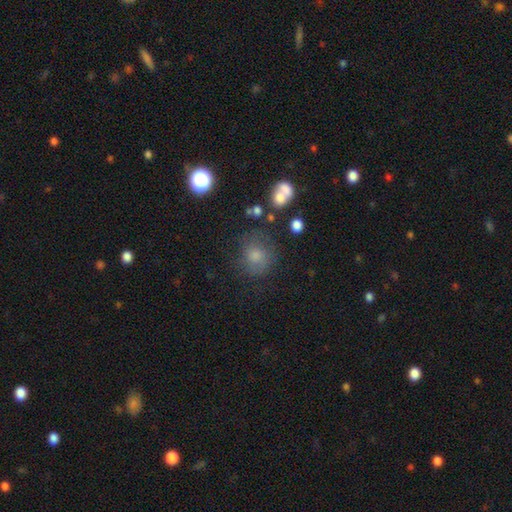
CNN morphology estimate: Smooth or featured: smooth — 61% (star or artifact — 23%)
How rounded: round — 82% (in between — 17%)
Merging: none — 72% (minor disturbance — 16%)